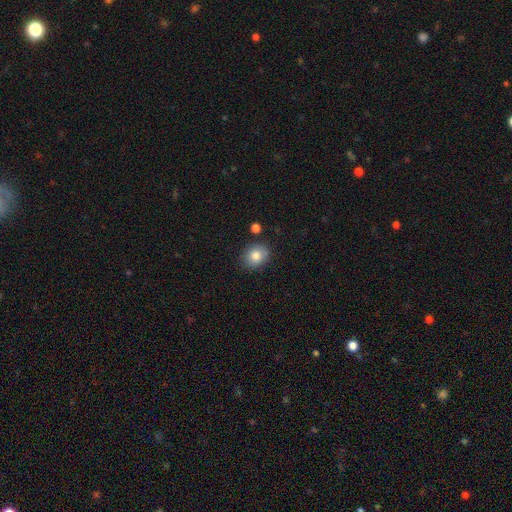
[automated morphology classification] Overall: smooth (82%). How rounded: round (65%; in between 34%). Merging: none (83%).